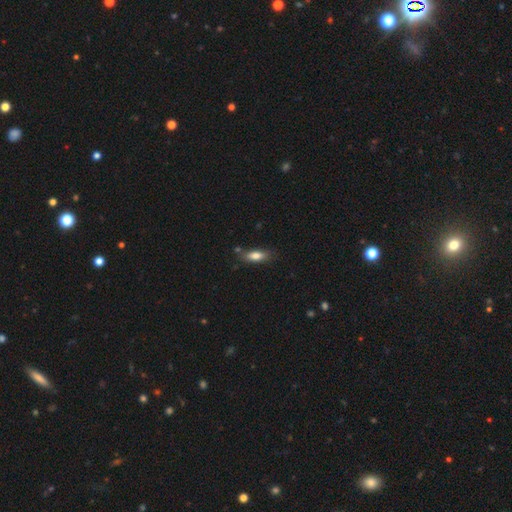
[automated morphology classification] This is likely a smooth galaxy (79%). How rounded: likely in between (69%). Merging: likely none (74%).